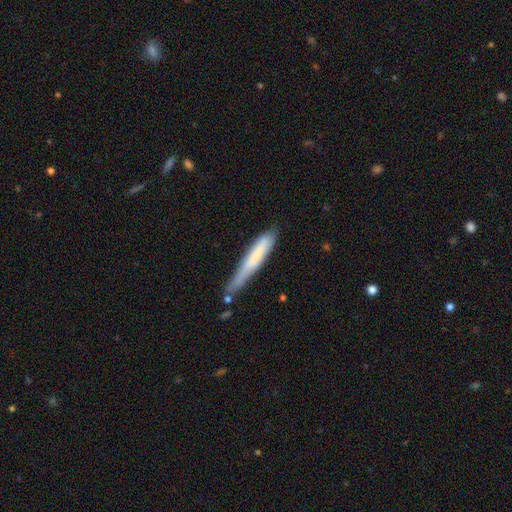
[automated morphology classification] Smooth or featured? smooth (64%)
How rounded? cigar-shaped (93%)
Merging? none (54%)